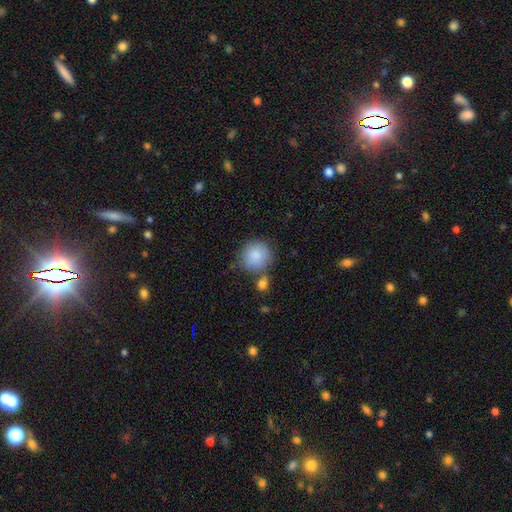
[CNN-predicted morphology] smooth_or_featured: smooth (p=0.86) [alt: featured or disk p=0.07]
how_rounded: round (p=0.90) [alt: in between p=0.10]
merging: none (p=0.68) [alt: minor disturbance p=0.15]